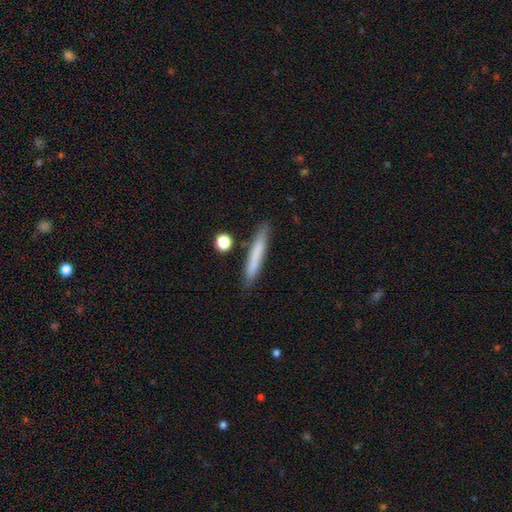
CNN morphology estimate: Q: Smooth or featured?
A: smooth (71%); runner-up: featured or disk (22%)
Q: How rounded?
A: cigar-shaped (94%); runner-up: in between (4%)
Q: Merging?
A: none (85%); runner-up: minor disturbance (10%)